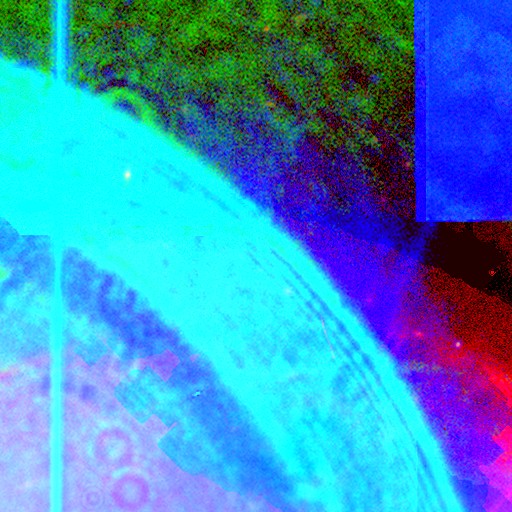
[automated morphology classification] Smooth or featured? Predicted: star or artifact (p=0.84).